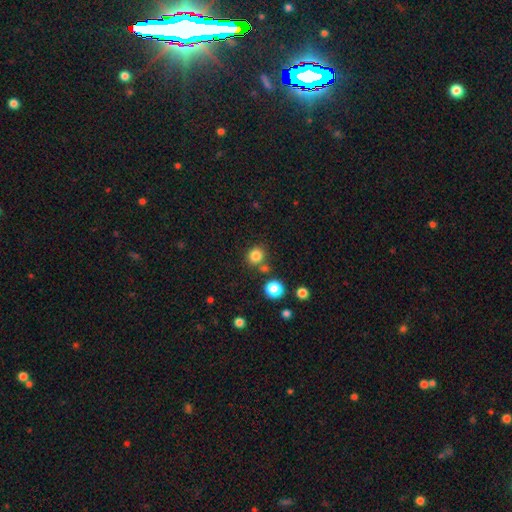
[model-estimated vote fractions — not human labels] smooth 83%, star or artifact 13%, featured or disk 5%. Down the decision tree: how rounded — round (86%); merging — none (78%).